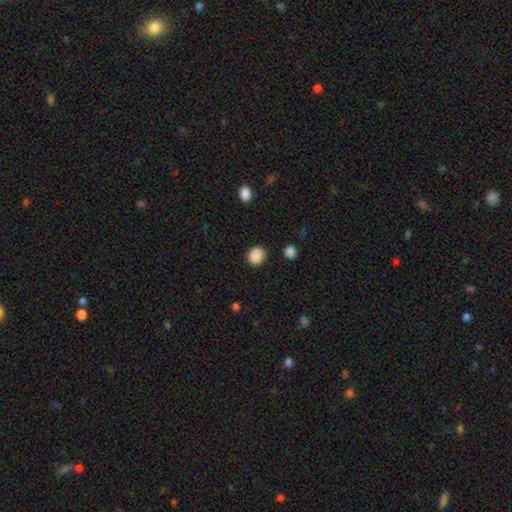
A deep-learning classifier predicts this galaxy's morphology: Overall: smooth (87%). How rounded: round (79%). Merging: none (85%).